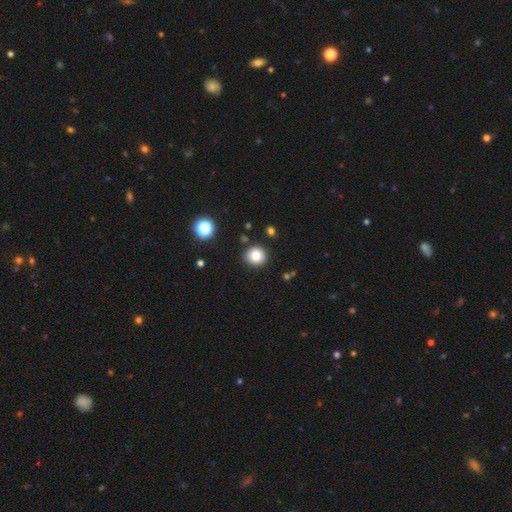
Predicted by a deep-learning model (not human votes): This appears to be a smooth galaxy with no disk features (82%) that is round (91%). Merging: none (89%).